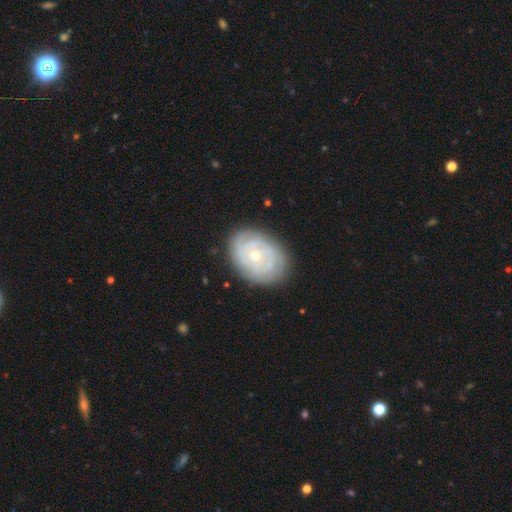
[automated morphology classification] Q: Smooth or featured?
A: featured or disk (76%); runner-up: smooth (17%)
Q: Edge-on disk?
A: no (97%); runner-up: yes (3%)
Q: Bar?
A: no (81%); runner-up: weak (16%)
Q: Spiral arms?
A: yes (88%); runner-up: no (12%)
Q: Spiral winding?
A: tight (79%); runner-up: medium (16%)
Q: Spiral arm count?
A: can't tell (45%); runner-up: 2 (18%)
Q: Bulge size?
A: small (61%); runner-up: moderate (36%)
Q: Merging?
A: none (82%); runner-up: minor disturbance (13%)